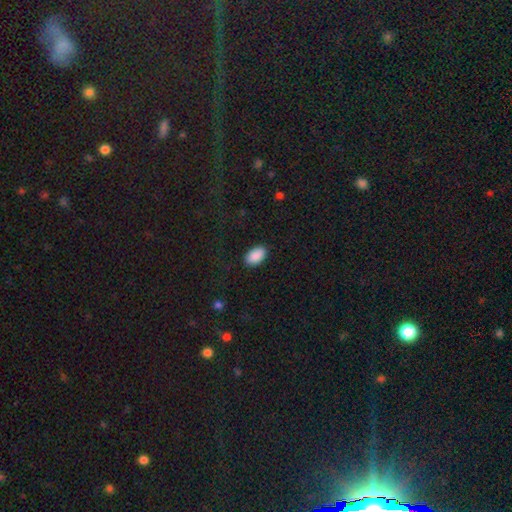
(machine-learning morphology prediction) This appears to be a smooth galaxy with no disk features (90%) that is in between round and cigar-shaped (94%). Merging: none (88%).